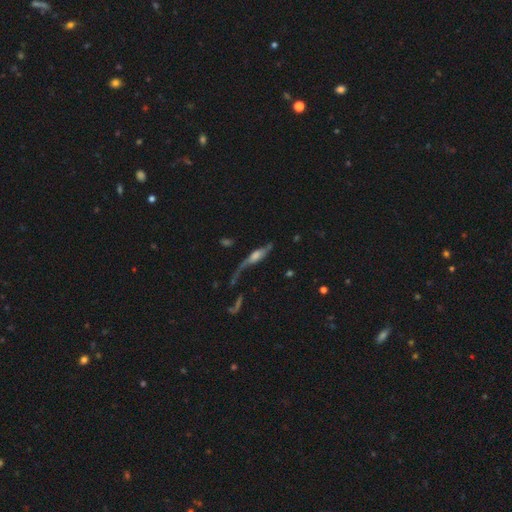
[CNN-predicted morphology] Q: Smooth or featured?
A: featured or disk (59%); runner-up: smooth (31%)
Q: Edge-on disk?
A: no (57%); runner-up: yes (43%)
Q: Merging?
A: major disturbance (40%); runner-up: none (27%)